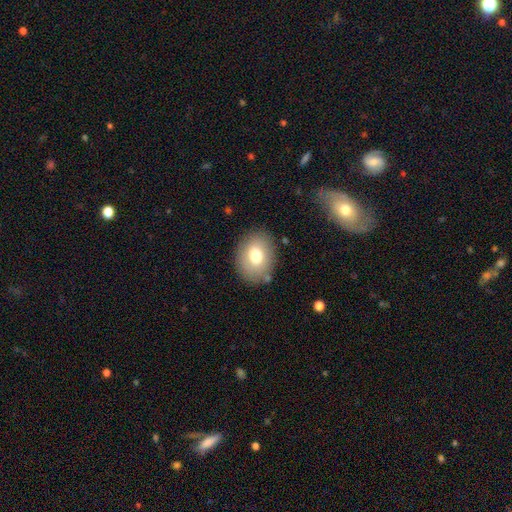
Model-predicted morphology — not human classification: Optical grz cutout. It shows a smooth galaxy with no disk features (76%) that is in between round and cigar-shaped (64%). Merging: none (82%).